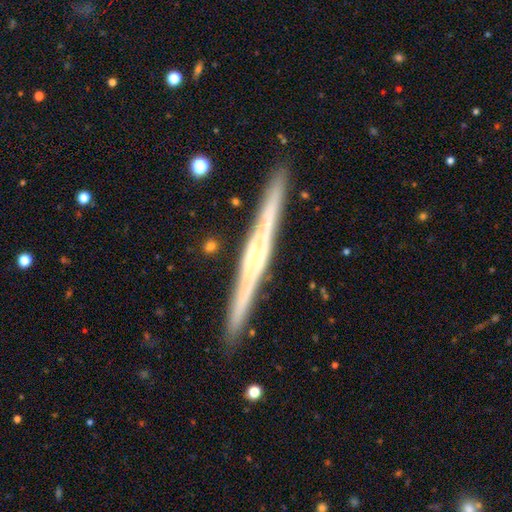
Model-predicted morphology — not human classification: This is clearly a featured or disk galaxy (80%). It is clearly viewed edge-on (98%). Edge-on bulge: marginally rounded (36%). Merging: clearly none (91%).